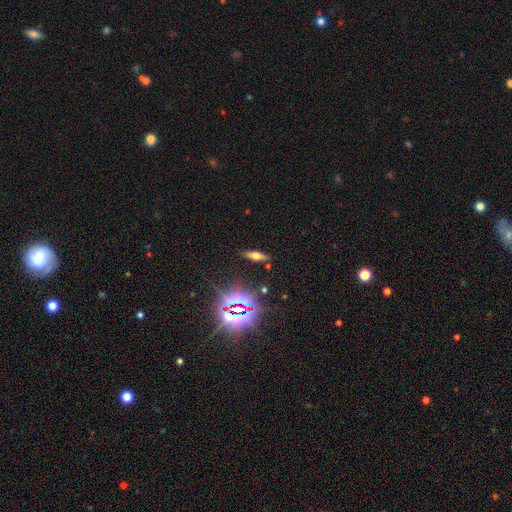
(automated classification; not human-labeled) Morphology: type=smooth (44%); merging=none (86%).